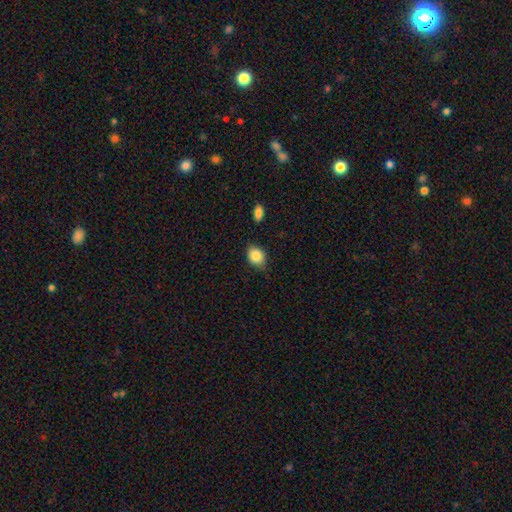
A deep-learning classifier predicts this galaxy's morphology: Q: Smooth or featured?
A: smooth (86%); runner-up: star or artifact (8%)
Q: How rounded?
A: in between (70%); runner-up: round (29%)
Q: Merging?
A: none (76%); runner-up: minor disturbance (19%)